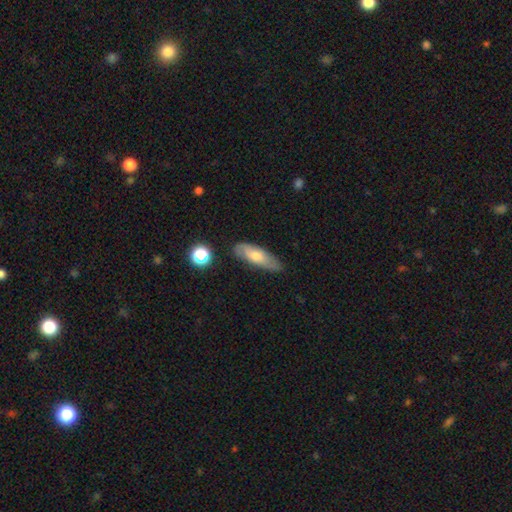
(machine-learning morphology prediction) Smooth or featured?
  - smooth: 58% *
  - featured or disk: 35%
  - star or artifact: 7%
How rounded?
  - in between: 55% *
  - cigar-shaped: 42%
  - round: 3%
Merging?
  - none: 77% *
  - minor disturbance: 18%
  - major disturbance: 3%
  - merger: 2%